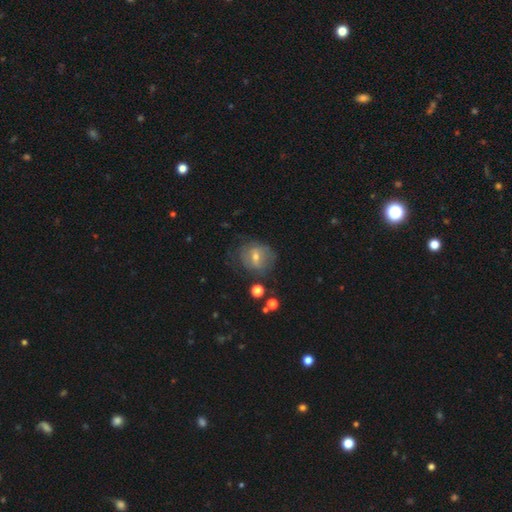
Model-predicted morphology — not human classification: smooth_or_featured: featured or disk (p=0.43) [alt: smooth p=0.42]
merging: none (p=0.66) [alt: minor disturbance p=0.21]